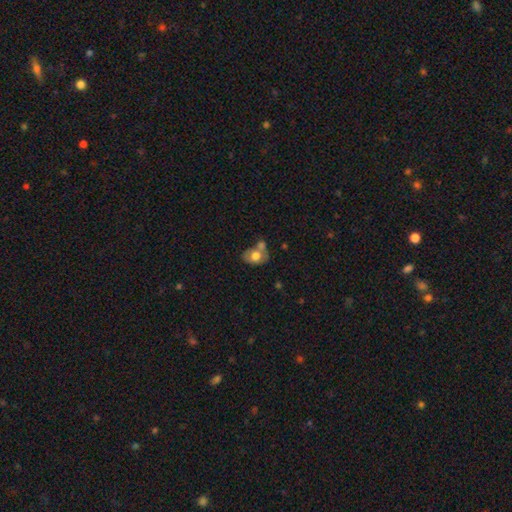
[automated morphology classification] A smooth galaxy with no disk features (60%) that is in between round and cigar-shaped (73%). Merging: merger (41%).